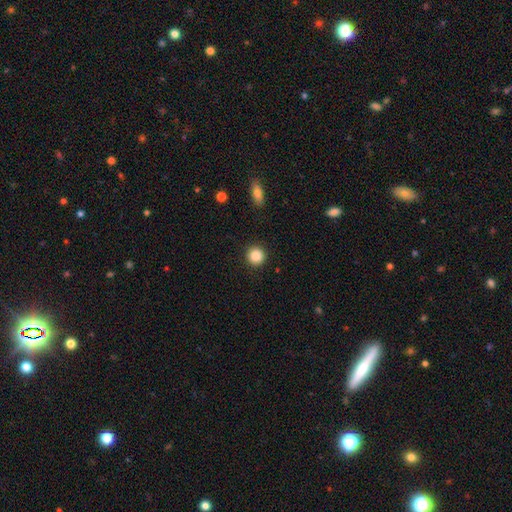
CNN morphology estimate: The model was most divided on "smooth or featured": smooth: 88%, star or artifact: 9%, featured or disk: 3%. More confident: how rounded — round (94%); merging — none (91%).